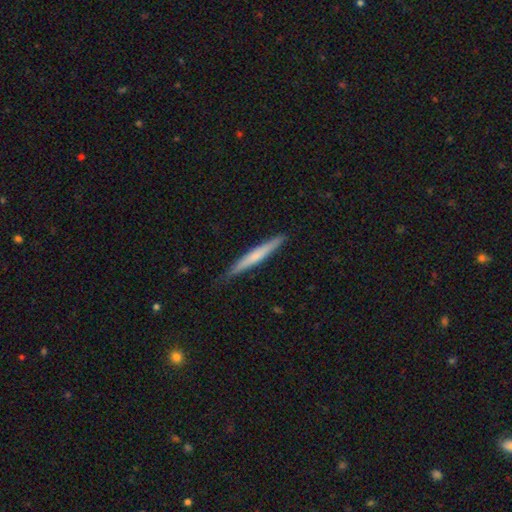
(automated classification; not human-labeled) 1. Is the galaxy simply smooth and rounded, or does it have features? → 55% smooth, 40% featured or disk, 5% star or artifact.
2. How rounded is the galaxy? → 96% cigar-shaped, 3% in between, 1% round.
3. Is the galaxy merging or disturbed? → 86% none, 12% minor disturbance, 2% major disturbance, 1% merger.